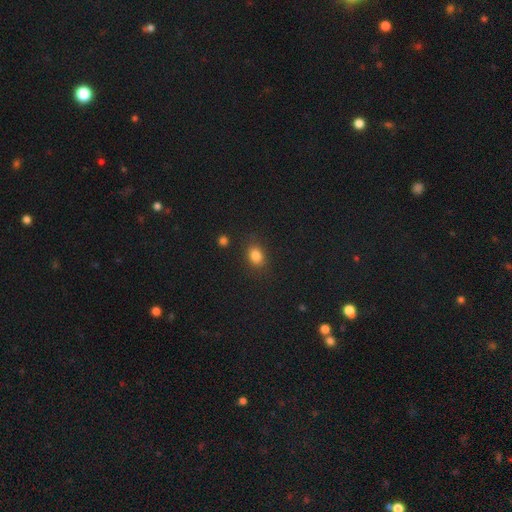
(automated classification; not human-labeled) smooth 83%, star or artifact 12%, featured or disk 5%. Down the decision tree: how rounded — in between (65%); merging — none (82%).